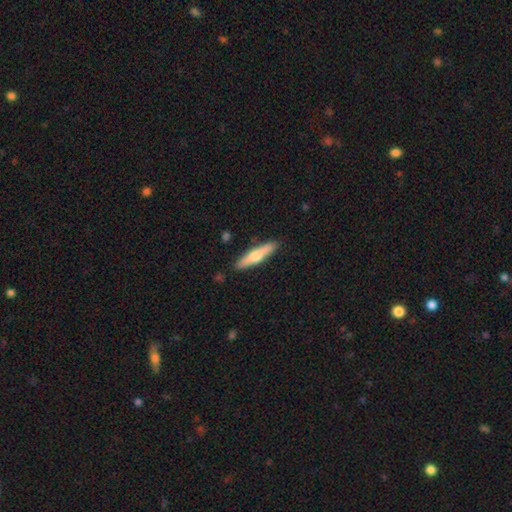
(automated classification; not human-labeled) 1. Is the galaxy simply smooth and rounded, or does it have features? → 53% smooth, 42% featured or disk, 5% star or artifact.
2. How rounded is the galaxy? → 83% cigar-shaped, 16% in between, 2% round.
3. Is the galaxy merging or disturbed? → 88% none, 8% minor disturbance, 2% major disturbance, 2% merger.